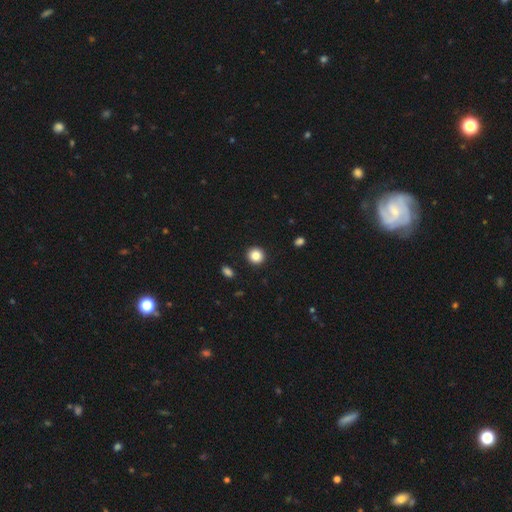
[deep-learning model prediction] Smooth or featured? Predicted: smooth (p=0.86). How rounded? Predicted: round (p=0.92). Merging? Predicted: none (p=0.92).